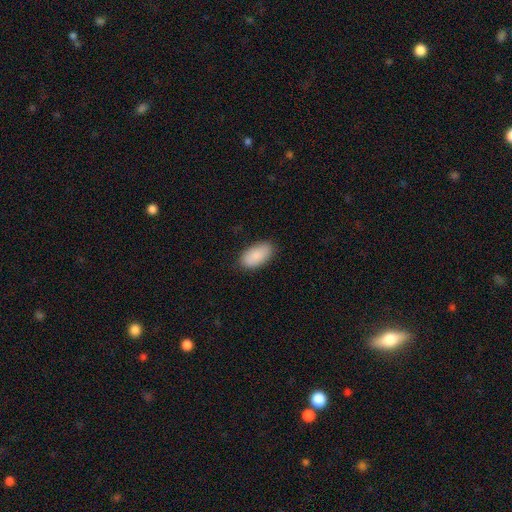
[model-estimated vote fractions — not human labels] The model was most divided on "merging": none: 86%, minor disturbance: 11%, major disturbance: 2%, merger: 1%. More confident: how rounded — in between (95%); smooth or featured — smooth (89%).